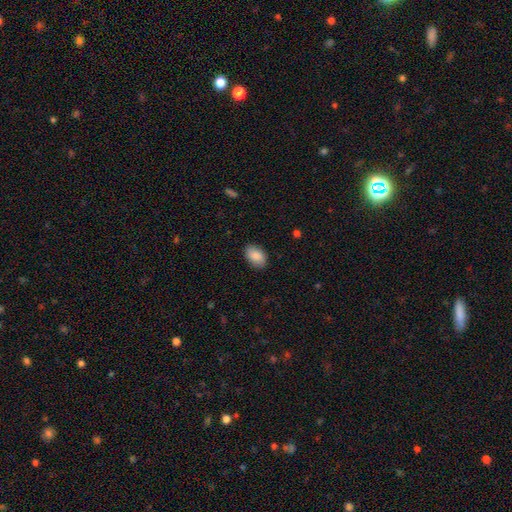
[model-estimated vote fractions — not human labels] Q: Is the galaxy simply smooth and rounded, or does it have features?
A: smooth — 88%.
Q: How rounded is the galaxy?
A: in between — 89%.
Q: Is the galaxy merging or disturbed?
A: none — 87%.